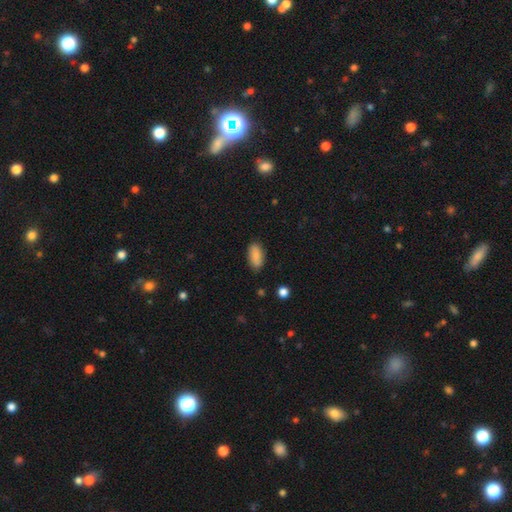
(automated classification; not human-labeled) smooth_or_featured: smooth (p=0.86) [alt: featured or disk p=0.07]
how_rounded: in between (p=0.90) [alt: cigar-shaped p=0.08]
merging: none (p=0.83) [alt: minor disturbance p=0.13]